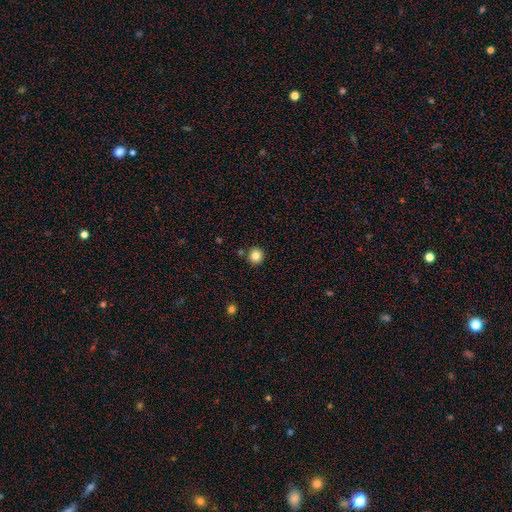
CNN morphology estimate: Smooth or featured?
  - smooth: 84% *
  - star or artifact: 11%
  - featured or disk: 5%
How rounded?
  - round: 92% *
  - in between: 7%
  - cigar-shaped: 1%
Merging?
  - none: 86% *
  - minor disturbance: 7%
  - merger: 5%
  - major disturbance: 2%